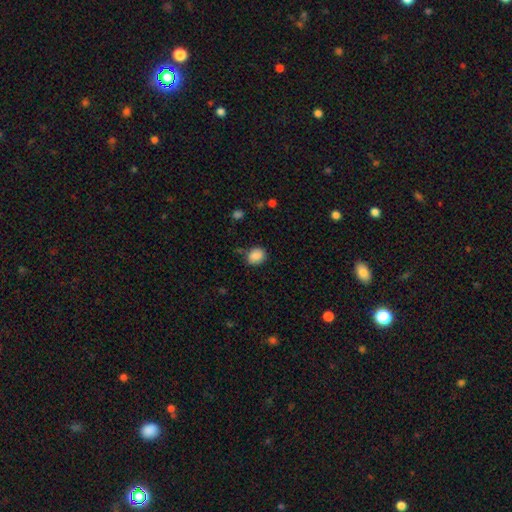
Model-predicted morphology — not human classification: A smooth galaxy with no disk features (87%) that is round (56%).

Vote fractions:
- Smooth or featured? smooth: 87% / star or artifact: 9% / featured or disk: 4%
- How rounded? round: 56% / in between: 43% / cigar-shaped: 1%
- Merging? none: 74% / minor disturbance: 18% / major disturbance: 5% / merger: 3%